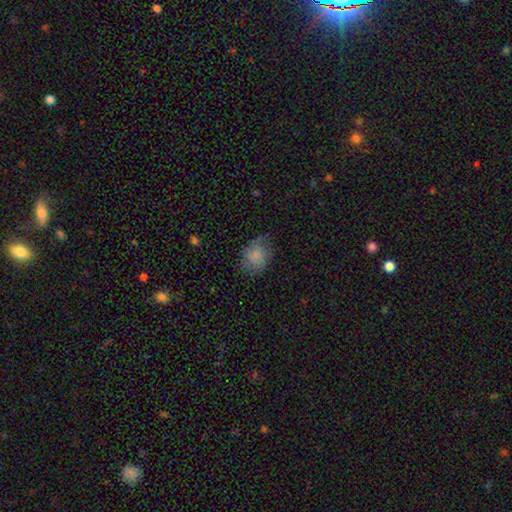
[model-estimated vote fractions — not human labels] Q: Smooth or featured?
A: smooth (80%); runner-up: featured or disk (12%)
Q: How rounded?
A: in between (54%); runner-up: round (45%)
Q: Merging?
A: none (62%); runner-up: minor disturbance (28%)